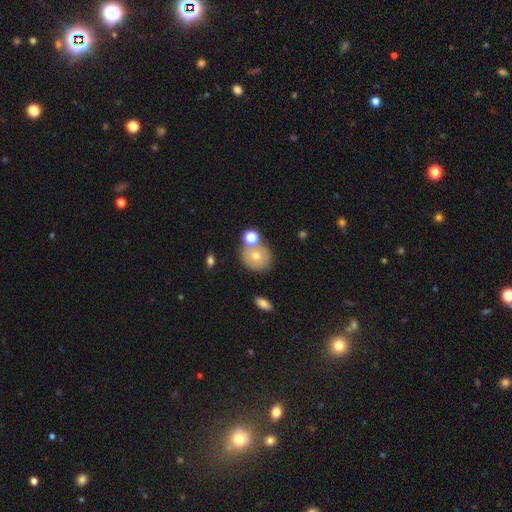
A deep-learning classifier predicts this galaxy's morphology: smooth_or_featured: smooth (p=0.64) [alt: featured or disk p=0.24]
how_rounded: round (p=0.80) [alt: in between p=0.19]
merging: none (p=0.60) [alt: merger p=0.24]